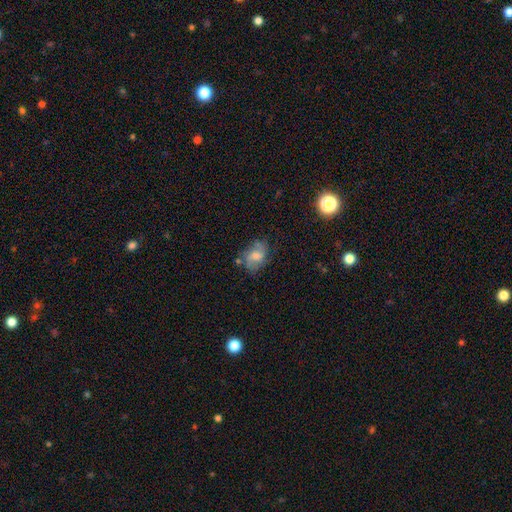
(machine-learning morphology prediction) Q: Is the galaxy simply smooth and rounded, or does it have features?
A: featured or disk — 54%.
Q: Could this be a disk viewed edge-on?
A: no — 96%.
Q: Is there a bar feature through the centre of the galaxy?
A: no — 53%.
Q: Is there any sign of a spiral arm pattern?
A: yes — 83%.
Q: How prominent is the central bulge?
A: moderate — 52%.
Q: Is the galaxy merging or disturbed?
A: none — 67%.